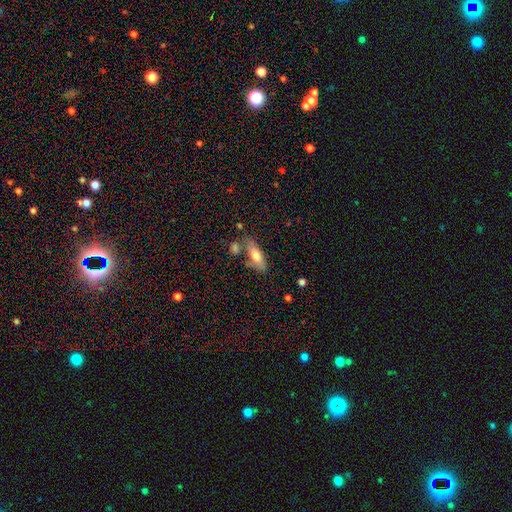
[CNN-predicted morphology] Smooth or featured? smooth (68%)
How rounded? in between (64%)
Merging? none (56%)